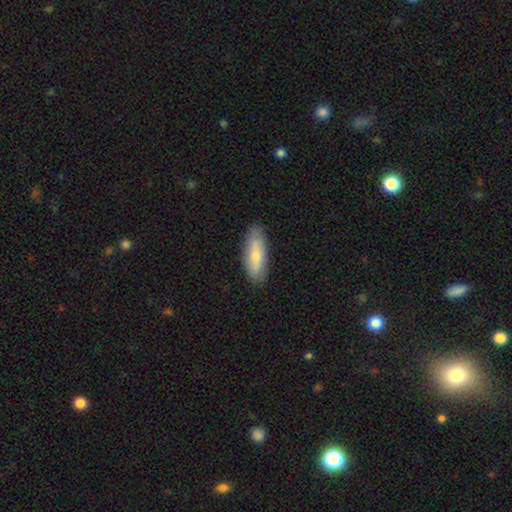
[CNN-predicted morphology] smooth-or-featured: smooth: 72% | featured or disk: 23% | star or artifact: 5%
  how-rounded: in between: 65% | cigar-shaped: 33% | round: 2%
  merging: none: 86% | minor disturbance: 11% | major disturbance: 2% | merger: 1%